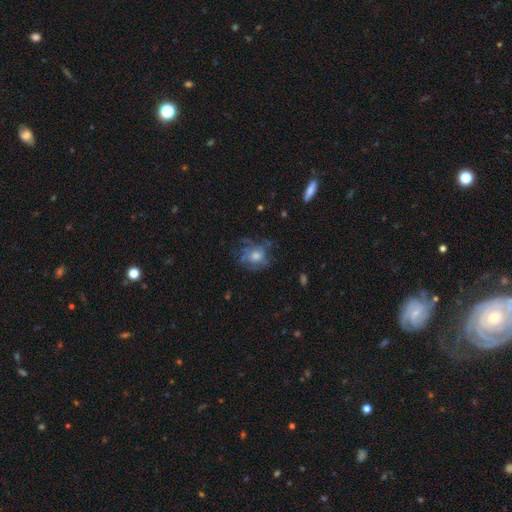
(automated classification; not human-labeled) Overall: featured or disk (55%; smooth 30%). Edge-on disk: no (96%). Bar: no (81%). Spiral arms: yes (64%; no 36%). Bulge size: moderate (59%; small 21%). Merging: none (64%).